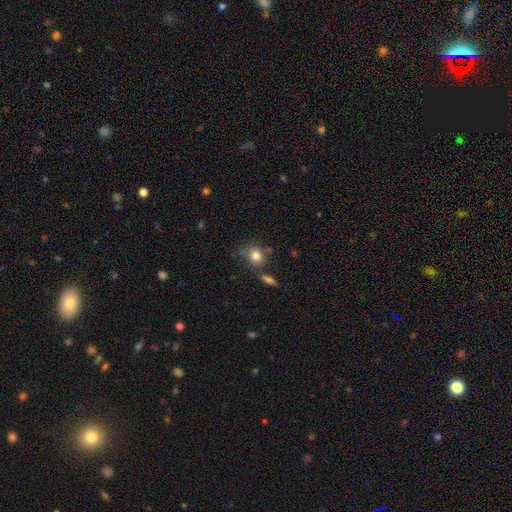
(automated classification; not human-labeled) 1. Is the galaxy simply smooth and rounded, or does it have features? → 80% smooth, 10% star or artifact, 9% featured or disk.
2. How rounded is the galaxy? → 71% round, 28% in between, 1% cigar-shaped.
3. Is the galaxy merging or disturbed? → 66% none, 17% minor disturbance, 11% merger, 6% major disturbance.